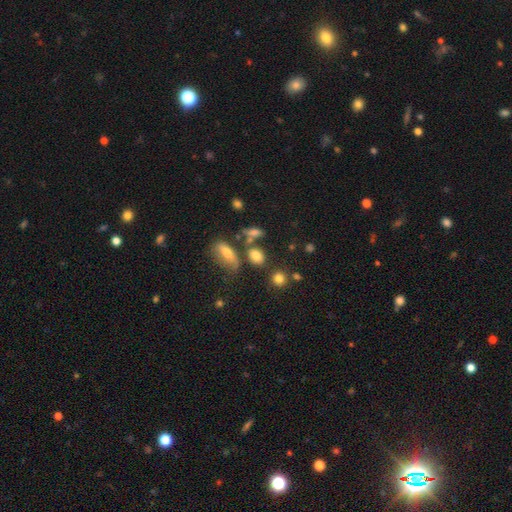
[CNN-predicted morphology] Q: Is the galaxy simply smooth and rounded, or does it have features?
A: smooth — 78%.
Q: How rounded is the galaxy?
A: in between — 65%.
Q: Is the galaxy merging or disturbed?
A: none — 60%.